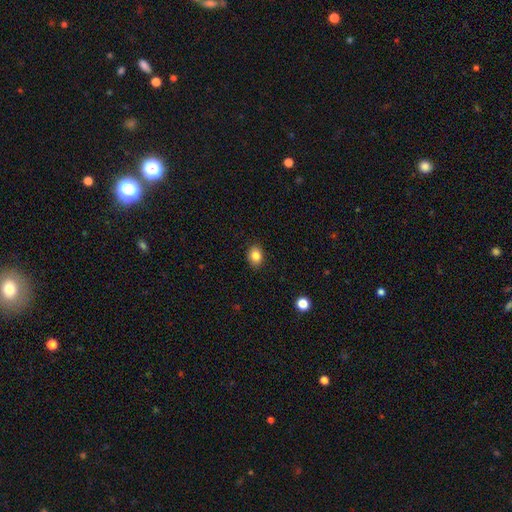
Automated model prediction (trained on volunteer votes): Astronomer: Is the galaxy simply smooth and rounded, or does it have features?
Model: smooth — 84%.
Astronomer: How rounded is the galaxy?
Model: in between — 58% (runner-up: round, 41%).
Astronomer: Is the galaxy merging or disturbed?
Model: none — 88%.